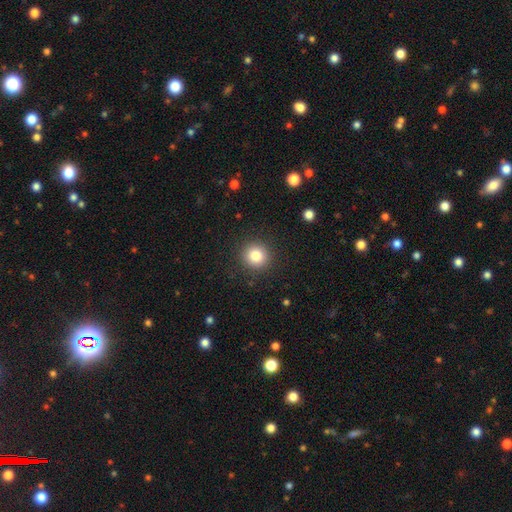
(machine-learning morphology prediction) smooth 83%, star or artifact 11%, featured or disk 7%. Down the decision tree: how rounded — round (93%); merging — none (90%).